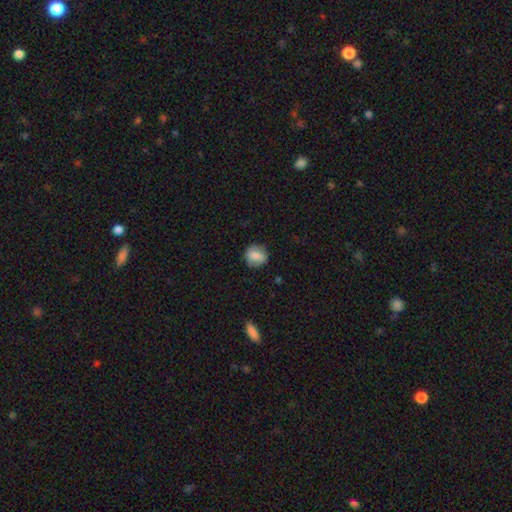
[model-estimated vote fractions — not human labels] smooth 82%, featured or disk 10%, star or artifact 8%. Down the decision tree: how rounded — round (80%); merging — none (81%).